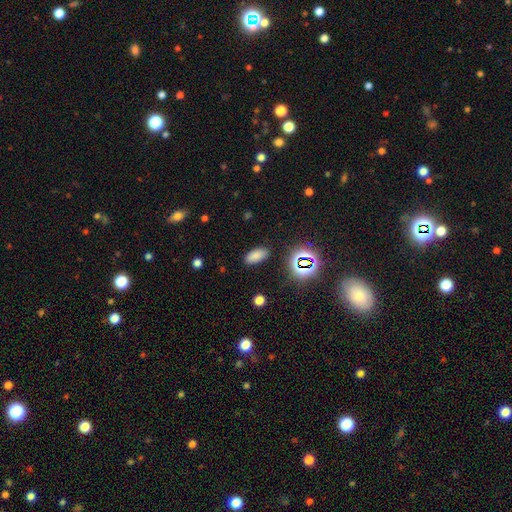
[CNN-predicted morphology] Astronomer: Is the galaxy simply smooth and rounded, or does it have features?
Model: smooth — 77%.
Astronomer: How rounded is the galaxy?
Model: in between — 89%.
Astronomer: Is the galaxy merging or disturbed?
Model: none — 87%.